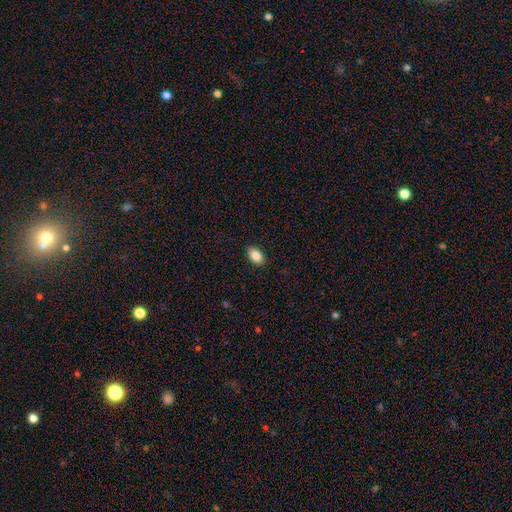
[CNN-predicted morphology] The model was most divided on "smooth or featured": smooth: 87%, star or artifact: 8%, featured or disk: 5%. More confident: how rounded — in between (90%); merging — none (89%).